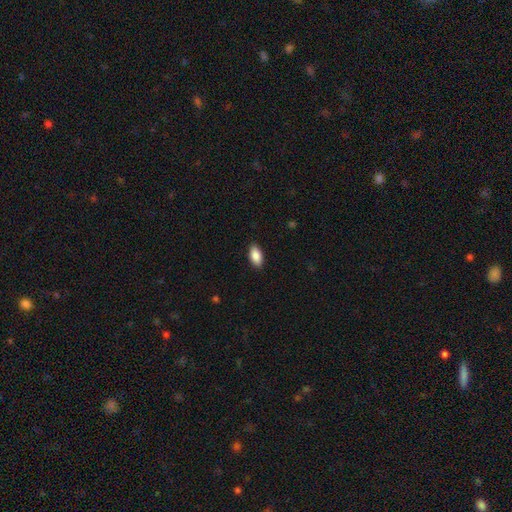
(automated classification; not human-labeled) This is clearly a smooth galaxy (88%). How rounded: clearly in between (92%). Merging: clearly none (88%).